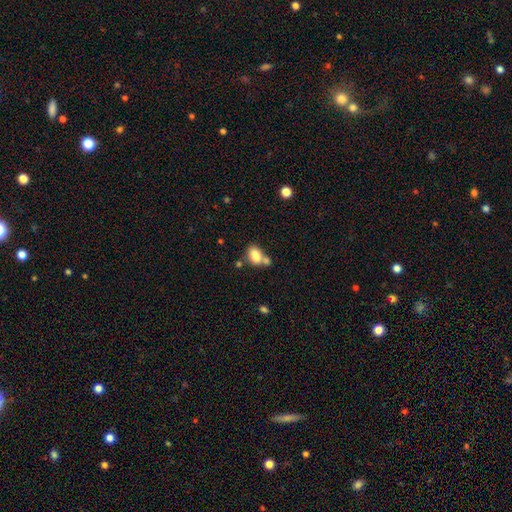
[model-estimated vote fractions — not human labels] Smooth or featured: smooth — 79% (featured or disk — 12%)
How rounded: in between — 82% (round — 16%)
Merging: merger — 48% (none — 34%)